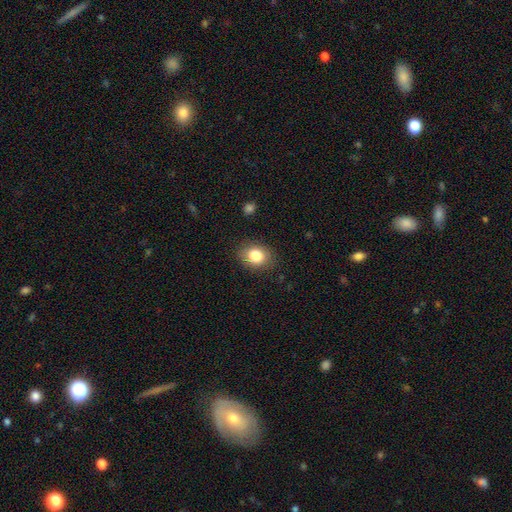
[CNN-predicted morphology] This appears to be a smooth galaxy with no disk features (83%) that is in between round and cigar-shaped (56%). Merging: none (85%).